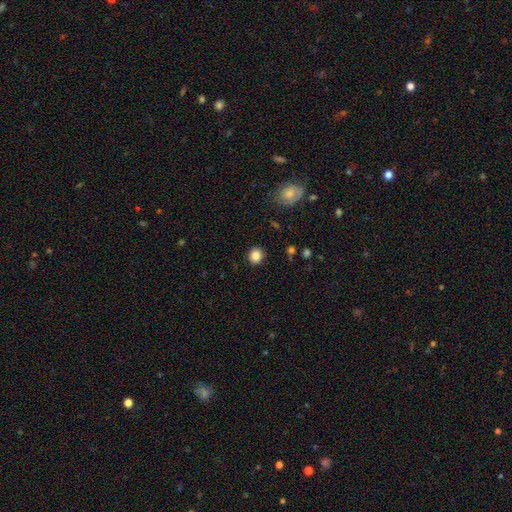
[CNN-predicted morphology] This appears to be a smooth galaxy with no disk features (85%) that is round (86%). Merging: none (90%).